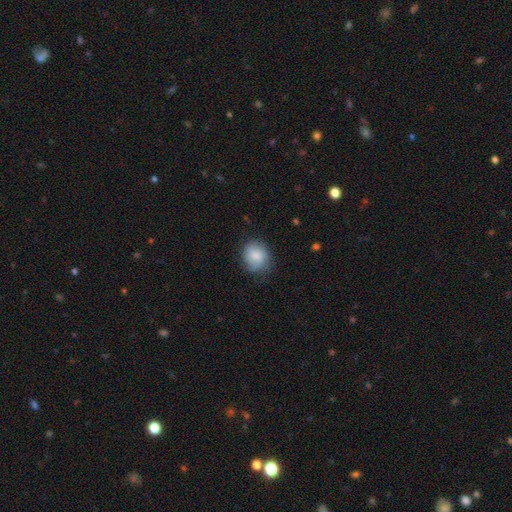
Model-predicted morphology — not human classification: smooth-or-featured: smooth: 82% | featured or disk: 11% | star or artifact: 7%
  how-rounded: round: 69% | in between: 30% | cigar-shaped: 1%
  merging: none: 74% | minor disturbance: 20% | major disturbance: 5% | merger: 1%